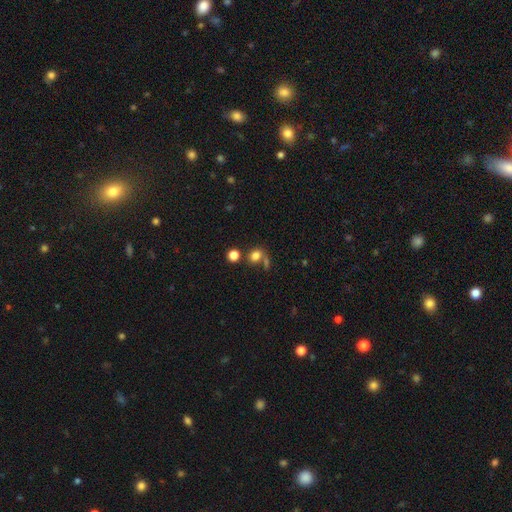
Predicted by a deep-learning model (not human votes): Smooth or featured?
  - smooth: 76% *
  - star or artifact: 14%
  - featured or disk: 10%
How rounded?
  - round: 54% *
  - in between: 44%
  - cigar-shaped: 2%
Merging?
  - none: 49% *
  - merger: 29%
  - minor disturbance: 12%
  - major disturbance: 10%